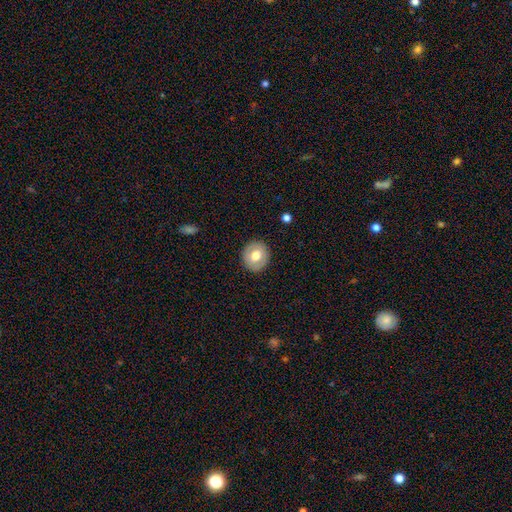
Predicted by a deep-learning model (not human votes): This appears to be a smooth galaxy with no disk features (67%) that is round (79%). Merging: none (89%).